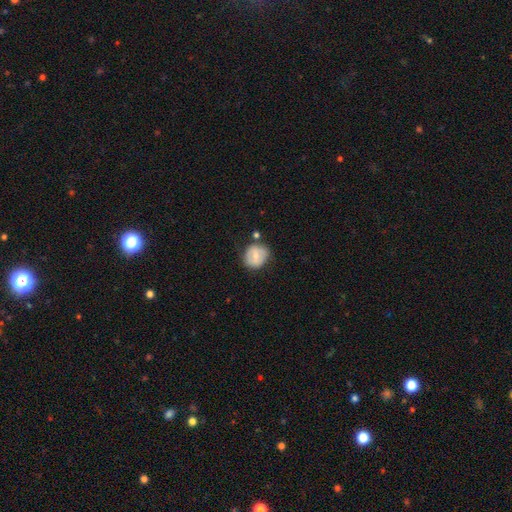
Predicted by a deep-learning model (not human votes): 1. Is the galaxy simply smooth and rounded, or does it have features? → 63% smooth, 29% featured or disk, 8% star or artifact.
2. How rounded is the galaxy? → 78% round, 21% in between, 1% cigar-shaped.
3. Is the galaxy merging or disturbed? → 68% none, 19% minor disturbance, 8% merger, 5% major disturbance.